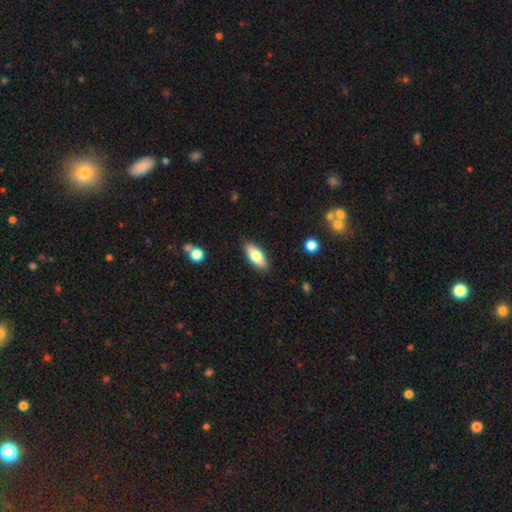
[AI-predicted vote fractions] smooth_or_featured: smooth (p=0.72) [alt: featured or disk p=0.21]
how_rounded: in between (p=0.78) [alt: cigar-shaped p=0.19]
merging: none (p=0.87) [alt: minor disturbance p=0.10]